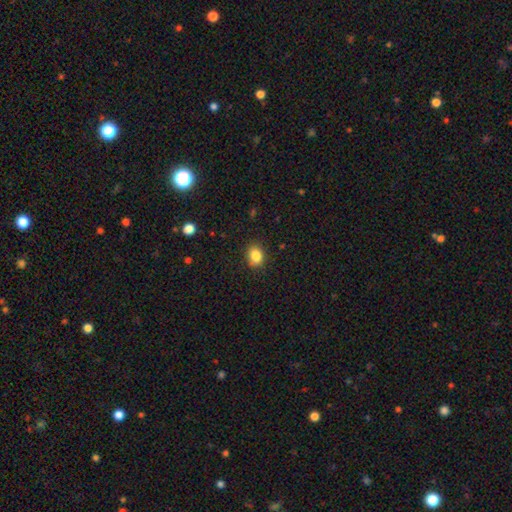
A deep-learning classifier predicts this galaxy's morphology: This appears to be a smooth galaxy with no disk features (85%) that is in between round and cigar-shaped (57%). Merging: none (85%).